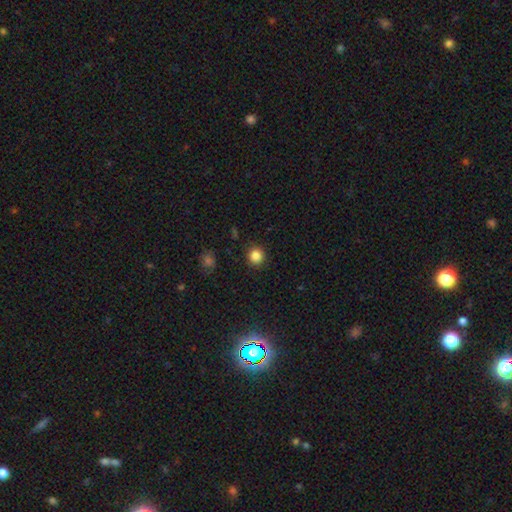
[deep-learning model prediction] A smooth galaxy with no disk features (84%) that is round (93%).

Vote fractions:
- Smooth or featured? smooth: 84% / star or artifact: 12% / featured or disk: 4%
- How rounded? round: 93% / in between: 6% / cigar-shaped: 1%
- Merging? none: 91% / minor disturbance: 6% / major disturbance: 2% / merger: 1%